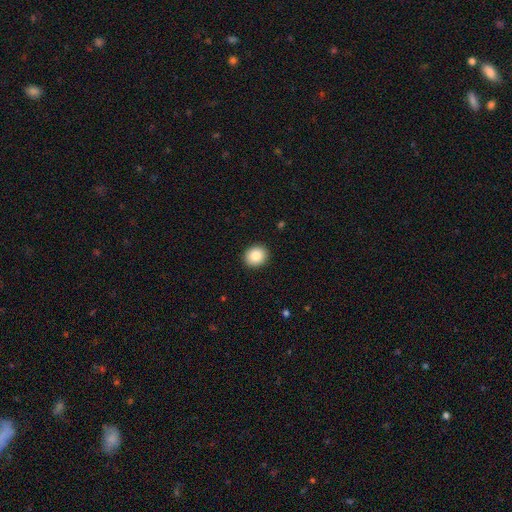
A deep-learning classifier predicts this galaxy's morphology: Smooth or featured: smooth — 85% (star or artifact — 8%)
How rounded: round — 73% (in between — 27%)
Merging: none — 92% (minor disturbance — 6%)